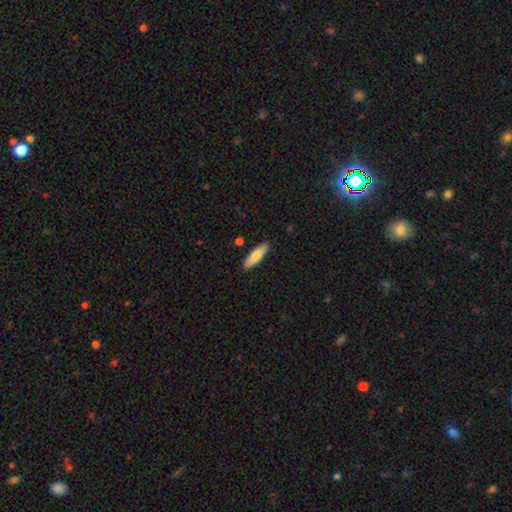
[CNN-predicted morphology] Smooth or featured? Predicted: smooth (p=0.79). How rounded? Predicted: cigar-shaped (p=0.65). Merging? Predicted: none (p=0.89).